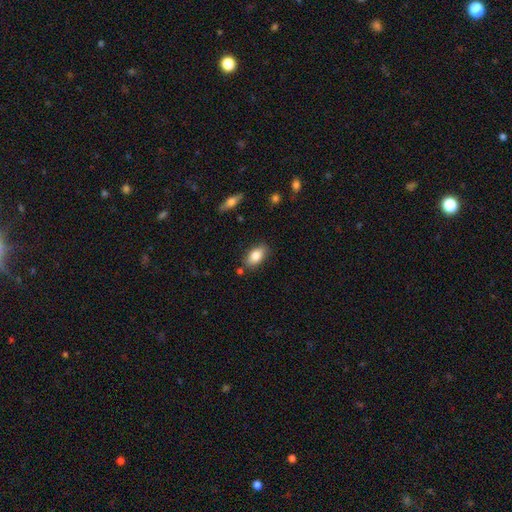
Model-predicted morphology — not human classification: Overall: smooth (81%). How rounded: in between (90%). Merging: none (81%).